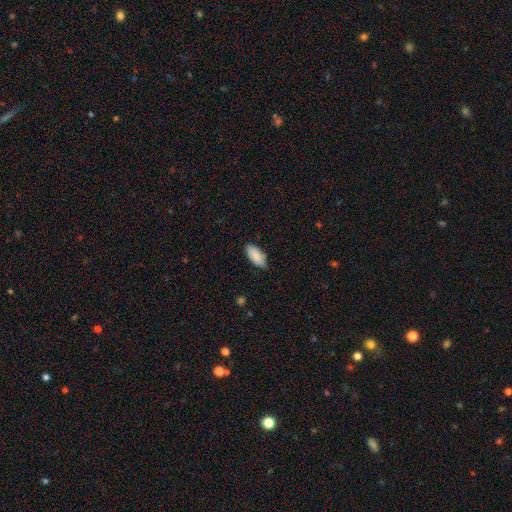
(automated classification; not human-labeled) This is clearly a smooth galaxy (89%). How rounded: clearly in between (89%). Merging: clearly none (81%).